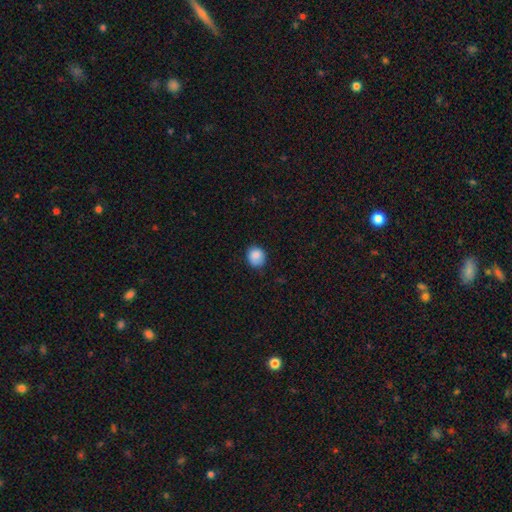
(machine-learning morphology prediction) A smooth galaxy with no disk features (87%) that is round (80%).

Vote fractions:
- Smooth or featured? smooth: 87% / star or artifact: 9% / featured or disk: 4%
- How rounded? round: 80% / in between: 19% / cigar-shaped: 1%
- Merging? none: 77% / minor disturbance: 19% / major disturbance: 3% / merger: 1%